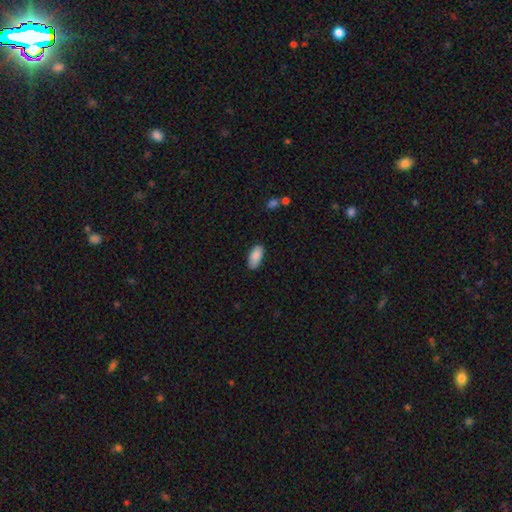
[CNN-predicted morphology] The model was most divided on "merging": none: 85%, minor disturbance: 12%, major disturbance: 2%, merger: 1%. More confident: how rounded — in between (90%); smooth or featured — smooth (89%).